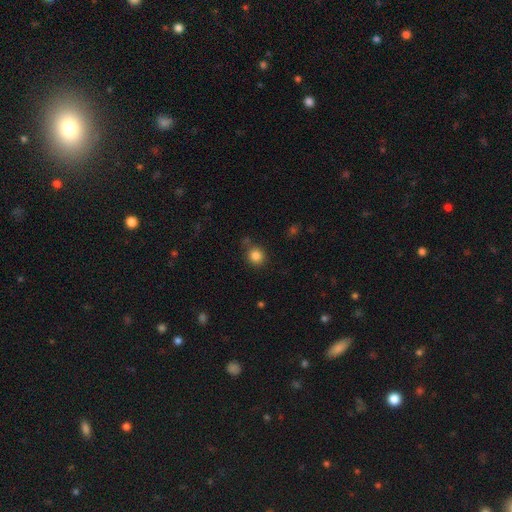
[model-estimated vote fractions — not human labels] This appears to be a smooth galaxy with no disk features (84%) that is round (87%). Merging: none (79%).